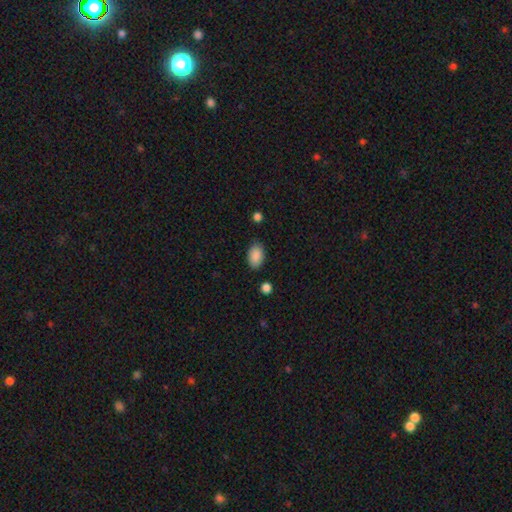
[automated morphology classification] Smooth or featured?
  - smooth: 89% *
  - star or artifact: 7%
  - featured or disk: 4%
How rounded?
  - in between: 91% *
  - round: 8%
  - cigar-shaped: 1%
Merging?
  - none: 83% *
  - minor disturbance: 12%
  - major disturbance: 3%
  - merger: 2%